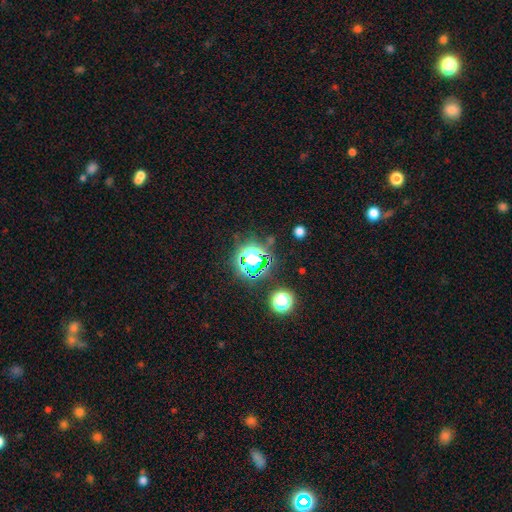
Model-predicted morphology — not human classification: This appears to be a star or artifact, not a galaxy (73%).